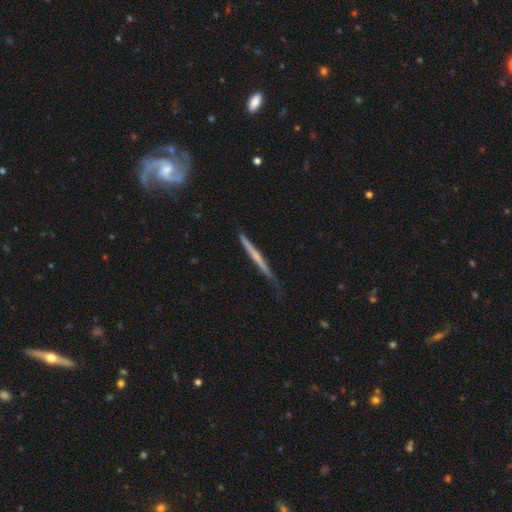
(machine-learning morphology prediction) type=featured or disk (56%); edge-on=yes (96%); edge-on bulge=none (71%); merging=none (74%).